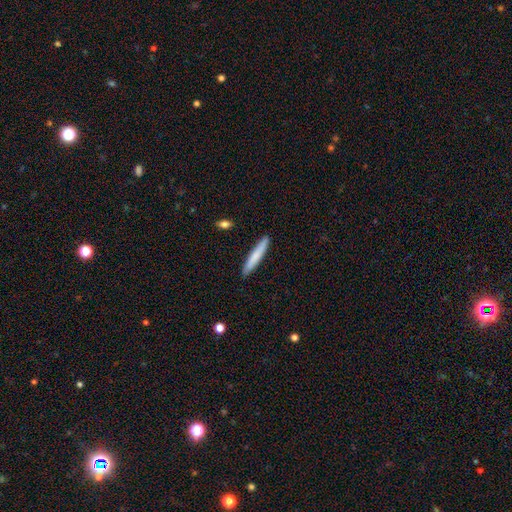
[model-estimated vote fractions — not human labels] The model was most divided on "smooth or featured": smooth: 76%, featured or disk: 19%, star or artifact: 5%. More confident: how rounded — cigar-shaped (94%); merging — none (89%).